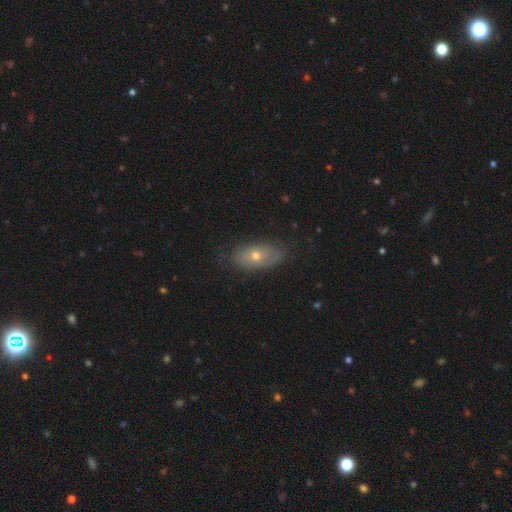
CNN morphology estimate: Smooth or featured? smooth (49%)
Merging? none (70%)